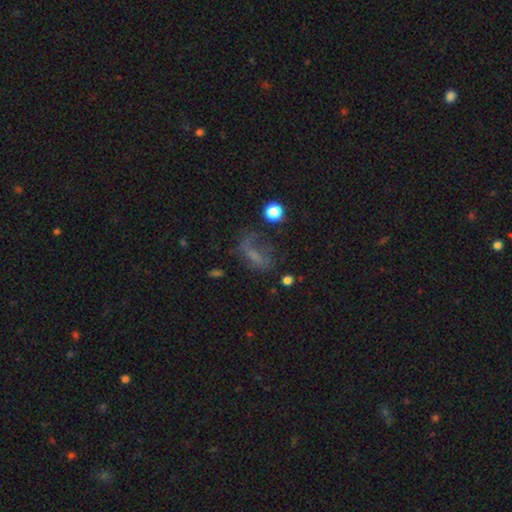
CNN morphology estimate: Overall: smooth (45%; featured or disk 33%). Merging: none (37%; major disturbance 36%).